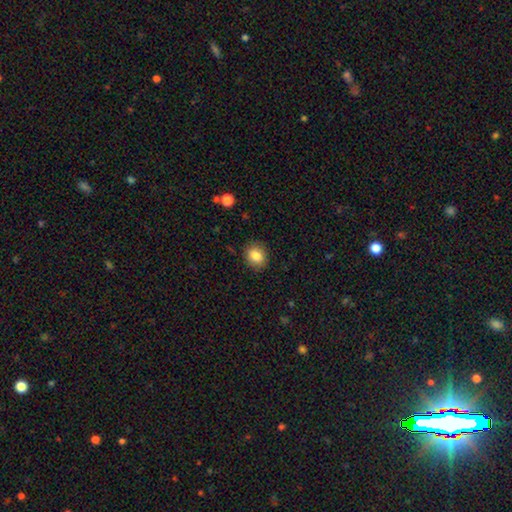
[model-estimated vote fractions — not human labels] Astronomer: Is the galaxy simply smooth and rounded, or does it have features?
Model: smooth — 85%.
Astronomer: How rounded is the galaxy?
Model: round — 70%.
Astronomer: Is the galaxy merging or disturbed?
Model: none — 88%.